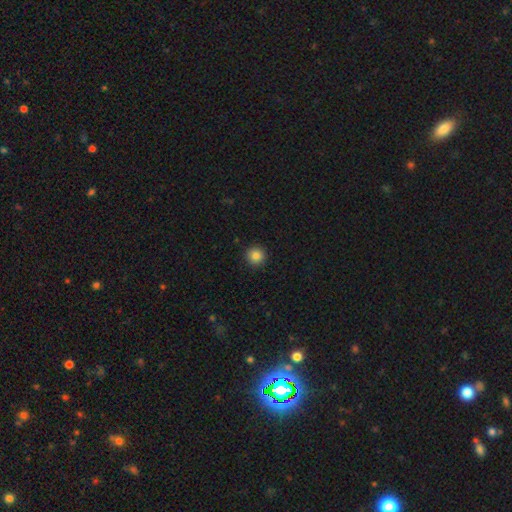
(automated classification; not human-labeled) Overall: smooth (85%). How rounded: round (95%). Merging: none (92%).